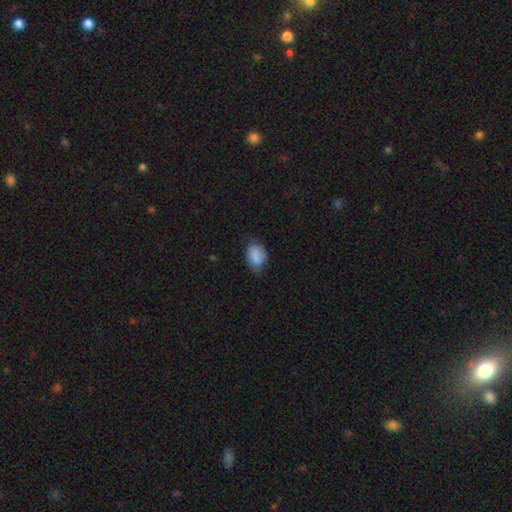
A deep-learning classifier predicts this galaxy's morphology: This is likely a smooth galaxy (78%). How rounded: likely in between (80%). Merging: possibly none (55%).